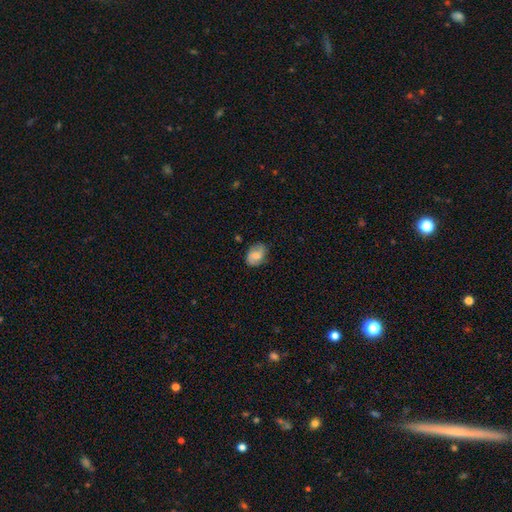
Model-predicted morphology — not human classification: The model was most divided on "smooth or featured": smooth: 57%, featured or disk: 35%, star or artifact: 8%. More confident: merging — none (74%); how rounded — in between (72%).